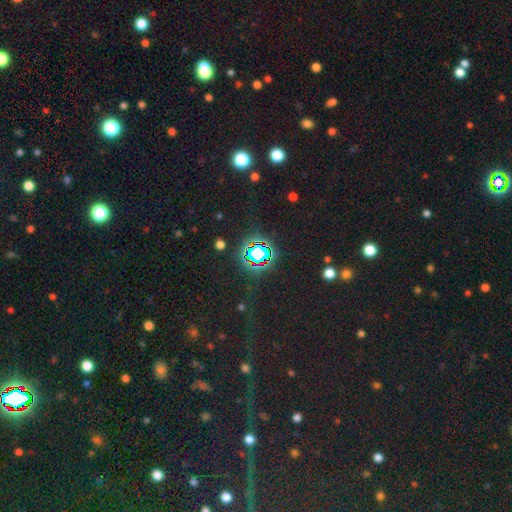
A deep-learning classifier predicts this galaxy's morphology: A star or artifact, not a galaxy (74%).